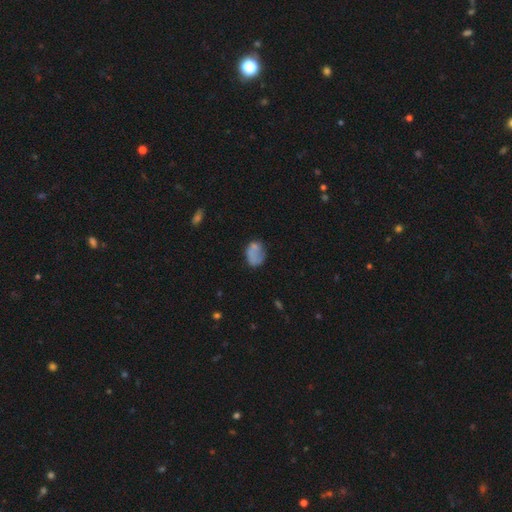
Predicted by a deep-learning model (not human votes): smooth-or-featured: smooth: 66% | featured or disk: 21% | star or artifact: 13%
  how-rounded: in between: 67% | round: 31% | cigar-shaped: 2%
  merging: none: 49% | minor disturbance: 25% | major disturbance: 17% | merger: 9%